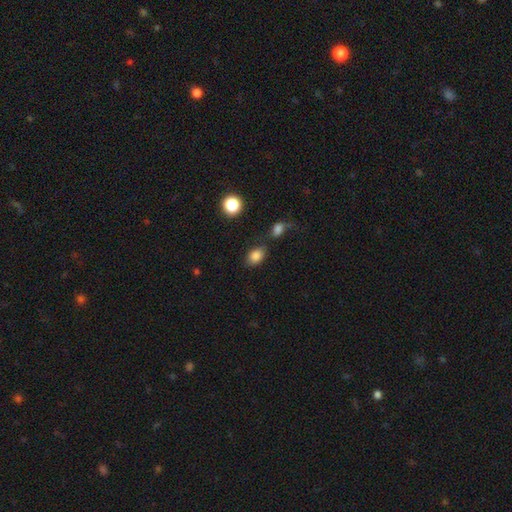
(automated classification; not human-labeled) Overall: smooth (84%). How rounded: in between (78%). Merging: none (67%).